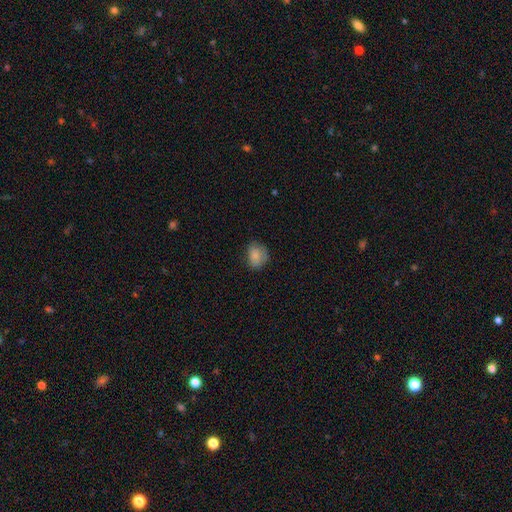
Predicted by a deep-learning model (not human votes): smooth_or_featured: smooth (p=0.82) [alt: featured or disk p=0.09]
how_rounded: in between (p=0.52) [alt: round p=0.47]
merging: none (p=0.64) [alt: minor disturbance p=0.26]